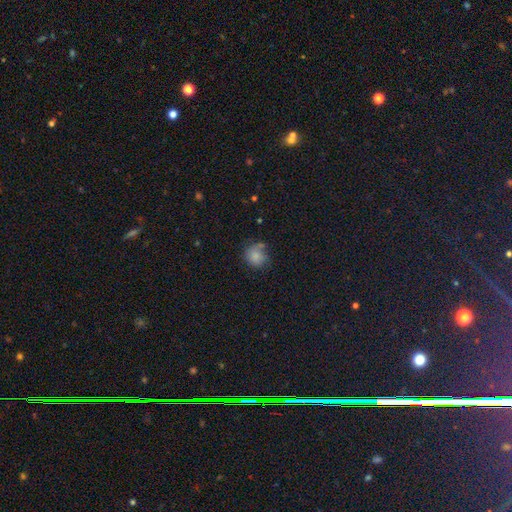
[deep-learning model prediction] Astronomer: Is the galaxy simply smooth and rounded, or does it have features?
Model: smooth — 81%.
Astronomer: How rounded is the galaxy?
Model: round — 77%.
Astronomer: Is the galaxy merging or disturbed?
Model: none — 56%.